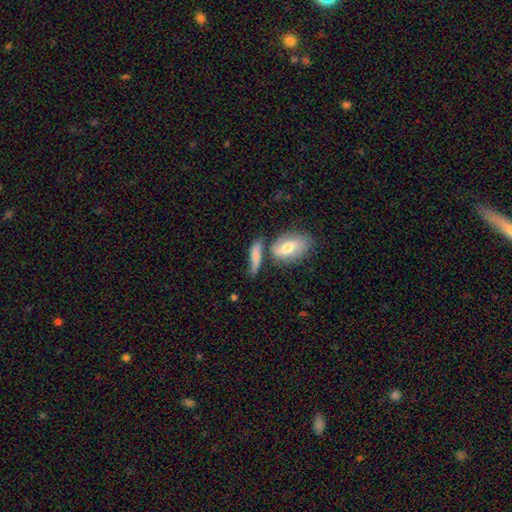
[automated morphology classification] Smooth or featured? Predicted: smooth (p=0.68). How rounded? Predicted: cigar-shaped (p=0.53). Merging? Predicted: none (p=0.44).